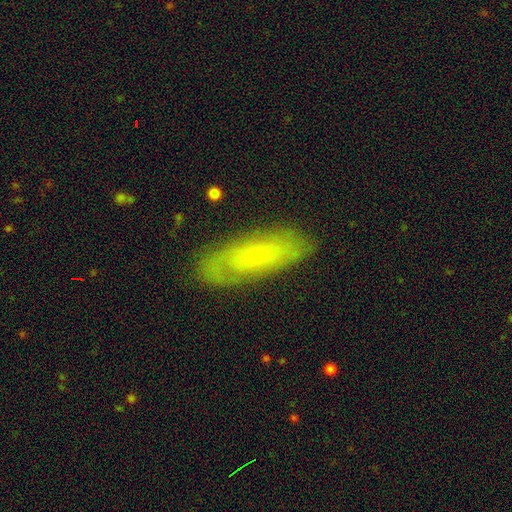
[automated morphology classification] Overall: featured or disk (51%; smooth 41%). Edge-on disk: no (76%). Merging: none (78%).